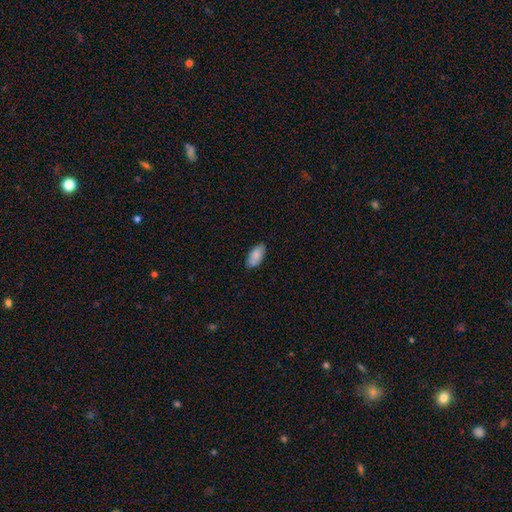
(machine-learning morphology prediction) This appears to be a smooth galaxy with no disk features (84%) that is in between round and cigar-shaped (92%). Merging: none (81%).